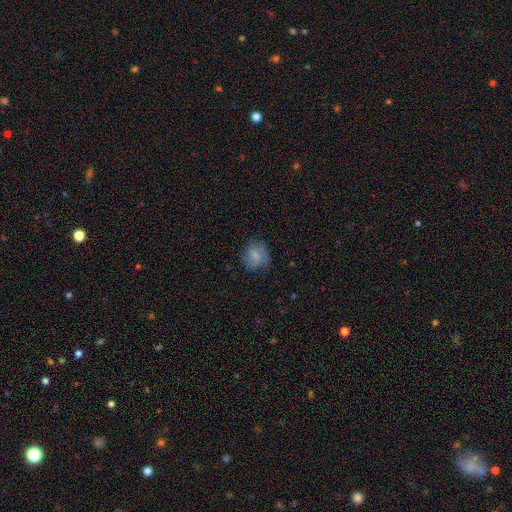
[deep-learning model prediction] A smooth galaxy with no disk features (77%) that is round (75%).

Vote fractions:
- Smooth or featured? smooth: 77% / featured or disk: 14% / star or artifact: 9%
- How rounded? round: 75% / in between: 24% / cigar-shaped: 1%
- Merging? none: 73% / minor disturbance: 20% / major disturbance: 6% / merger: 1%